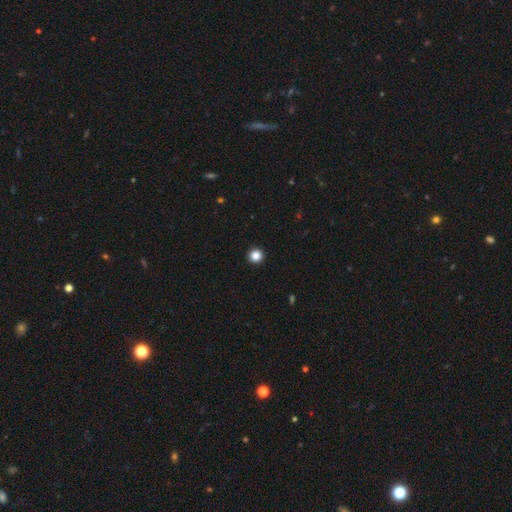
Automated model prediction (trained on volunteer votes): A smooth galaxy with no disk features (86%) that is round (96%). Merging: none (94%).